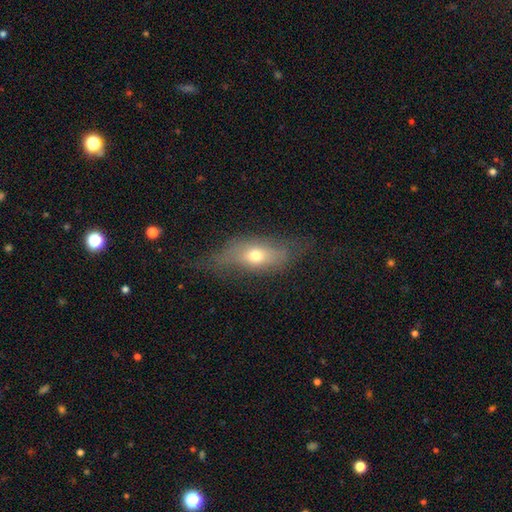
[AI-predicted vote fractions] smooth-or-featured: smooth: 57% | featured or disk: 33% | star or artifact: 10%
  how-rounded: in between: 72% | cigar-shaped: 19% | round: 8%
  merging: none: 52% | minor disturbance: 28% | major disturbance: 18% | merger: 2%